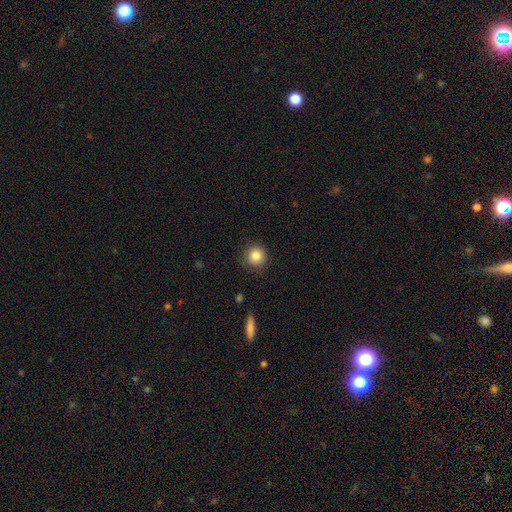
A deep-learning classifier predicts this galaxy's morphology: This is clearly a smooth galaxy (84%). How rounded: clearly round (93%). Merging: clearly none (85%).